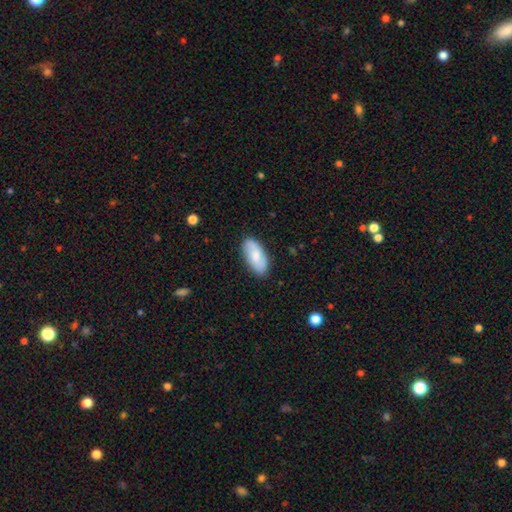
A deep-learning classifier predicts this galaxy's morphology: Smooth or featured?
  - smooth: 70% *
  - featured or disk: 24%
  - star or artifact: 6%
How rounded?
  - in between: 92% *
  - cigar-shaped: 5%
  - round: 2%
Merging?
  - none: 83% *
  - minor disturbance: 13%
  - major disturbance: 3%
  - merger: 1%